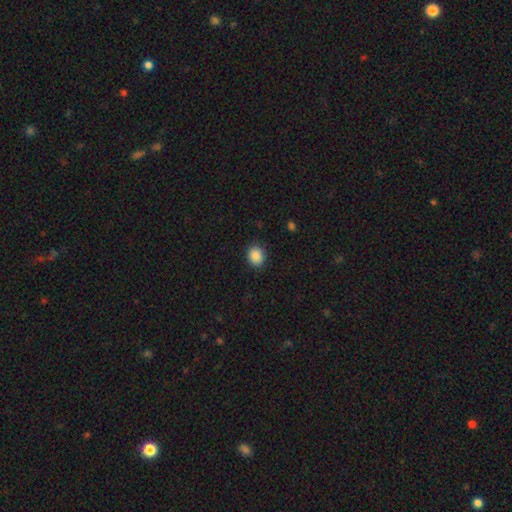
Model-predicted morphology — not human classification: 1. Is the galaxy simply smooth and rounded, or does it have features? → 88% smooth, 9% star or artifact, 3% featured or disk.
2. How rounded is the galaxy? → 62% round, 37% in between, 1% cigar-shaped.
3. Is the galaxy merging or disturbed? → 88% none, 8% minor disturbance, 2% major disturbance, 1% merger.